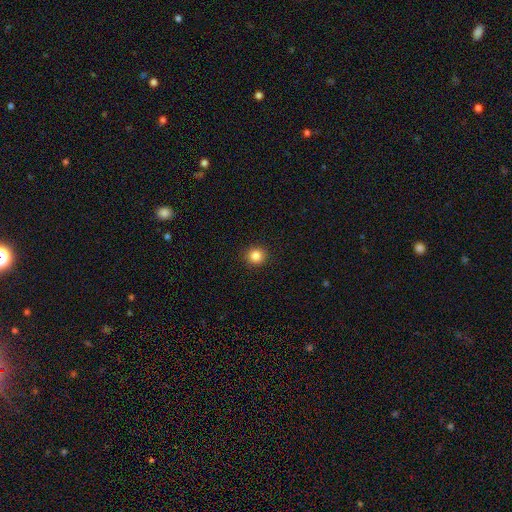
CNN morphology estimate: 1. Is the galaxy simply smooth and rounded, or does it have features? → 85% smooth, 11% star or artifact, 4% featured or disk.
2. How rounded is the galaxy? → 92% round, 7% in between, 1% cigar-shaped.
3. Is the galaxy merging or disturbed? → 93% none, 5% minor disturbance, 2% major disturbance, 1% merger.